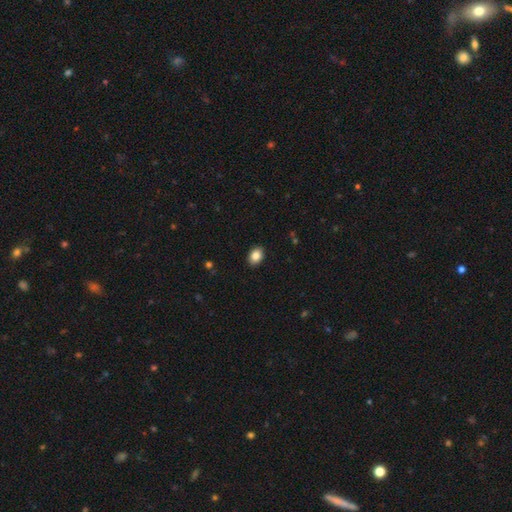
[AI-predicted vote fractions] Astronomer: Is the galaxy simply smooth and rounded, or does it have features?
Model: smooth — 86%.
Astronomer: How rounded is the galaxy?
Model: in between — 74%.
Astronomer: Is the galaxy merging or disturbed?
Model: none — 90%.